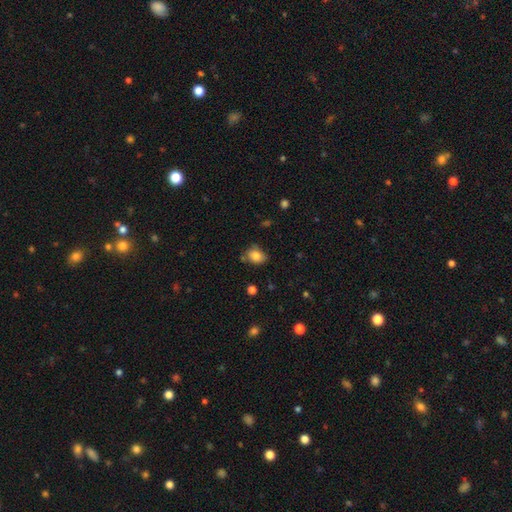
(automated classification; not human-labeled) Morphology: type=smooth (80%); roundness=in between (62%); merging=none (66%).